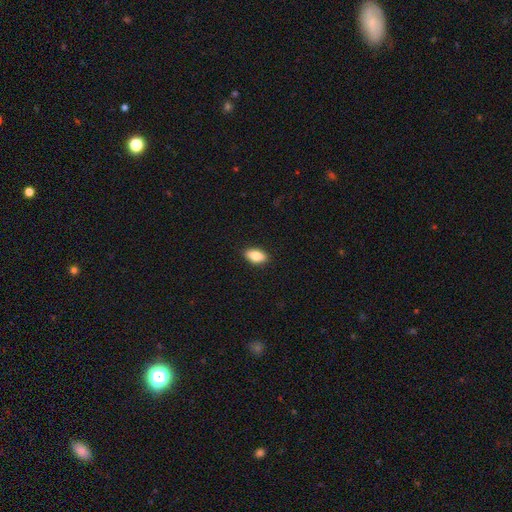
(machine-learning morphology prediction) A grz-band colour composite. It shows a smooth galaxy with no disk features (85%) that is in between round and cigar-shaped (91%). Merging: none (90%).